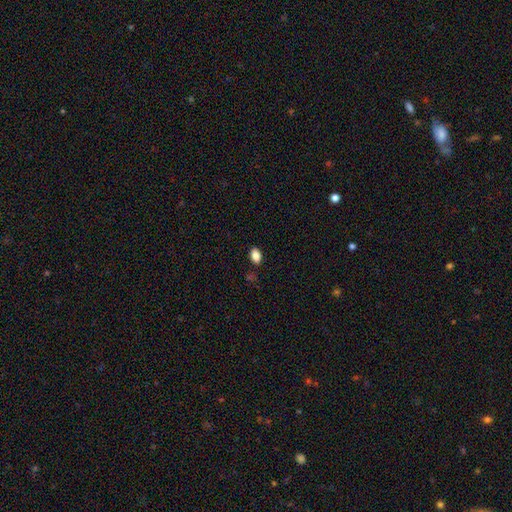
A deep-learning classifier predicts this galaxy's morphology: Q: Smooth or featured?
A: smooth (86%); runner-up: star or artifact (9%)
Q: How rounded?
A: in between (87%); runner-up: round (11%)
Q: Merging?
A: none (85%); runner-up: minor disturbance (11%)